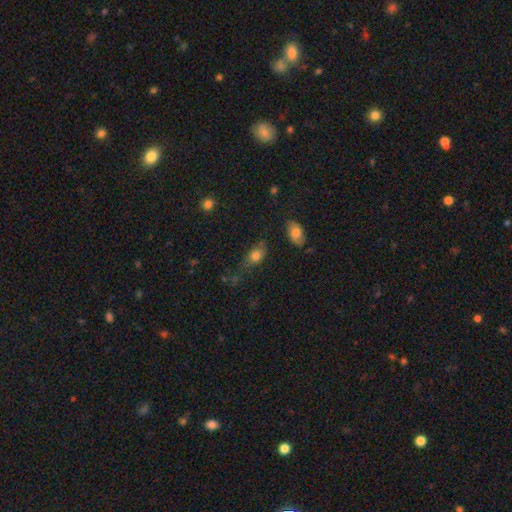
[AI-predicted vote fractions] Smooth or featured? Predicted: smooth (p=0.77). How rounded? Predicted: in between (p=0.71). Merging? Predicted: none (p=0.50).